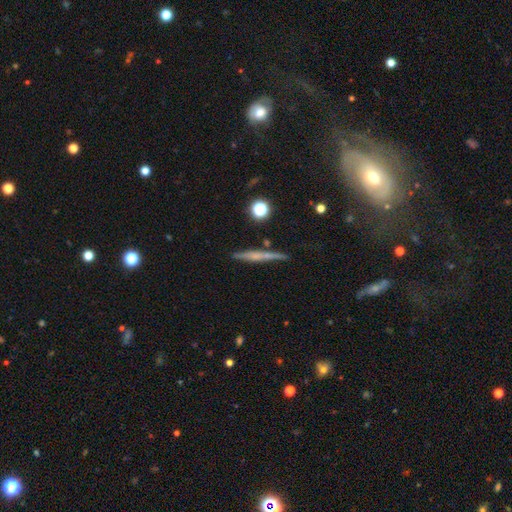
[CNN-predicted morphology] This appears to be a featured or disk galaxy (56%) viewed edge-on (96%) with no central bulge (57%). Merging: none (86%).